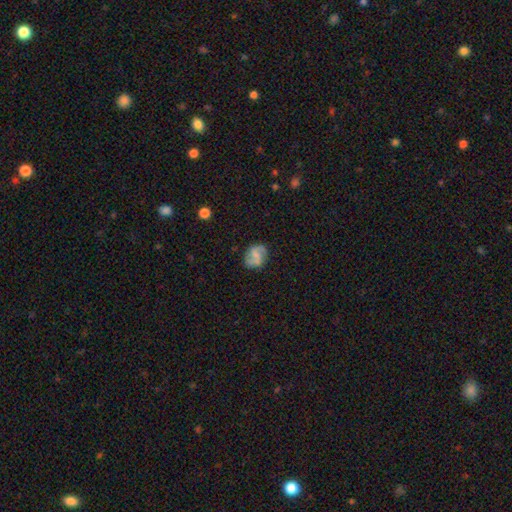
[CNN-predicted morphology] Smooth or featured? Predicted: featured or disk (p=0.67). Edge-on disk? Predicted: no (p=0.98). Bar? Predicted: weak (p=0.48). Spiral arms? Predicted: yes (p=0.90). Spiral winding? Predicted: medium (p=0.43). Spiral arm count? Predicted: 2 (p=0.89). Bulge size? Predicted: none (p=0.43). Merging? Predicted: none (p=0.77).